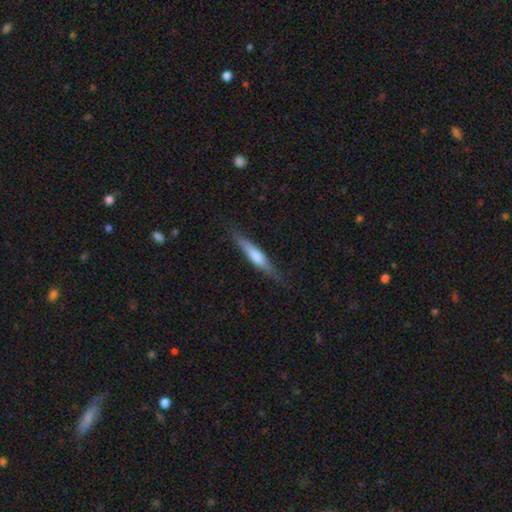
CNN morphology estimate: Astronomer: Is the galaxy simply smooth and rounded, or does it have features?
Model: featured or disk — 52% (runner-up: smooth, 42%).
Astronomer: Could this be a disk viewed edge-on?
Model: yes — 96%.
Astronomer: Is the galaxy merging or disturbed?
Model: none — 84%.